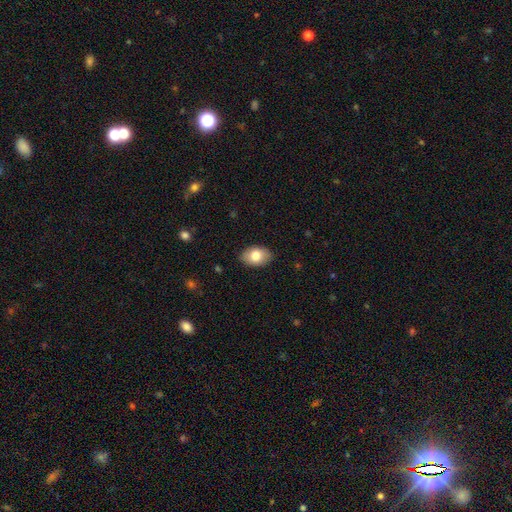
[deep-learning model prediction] This is likely a smooth galaxy (80%). How rounded: clearly in between (88%). Merging: clearly none (87%).